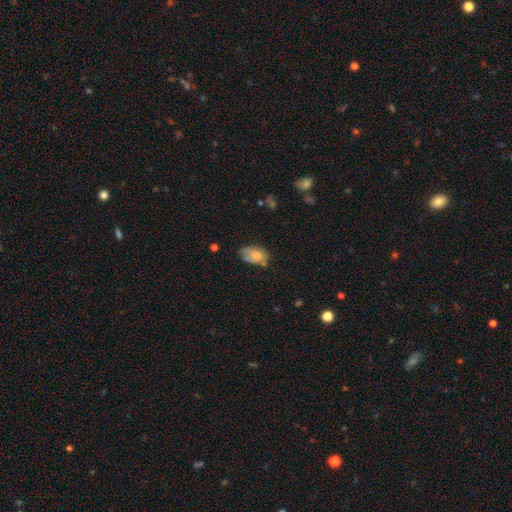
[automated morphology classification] Smooth or featured: smooth — 74% (featured or disk — 17%)
How rounded: in between — 87% (round — 11%)
Merging: none — 47% (minor disturbance — 34%)